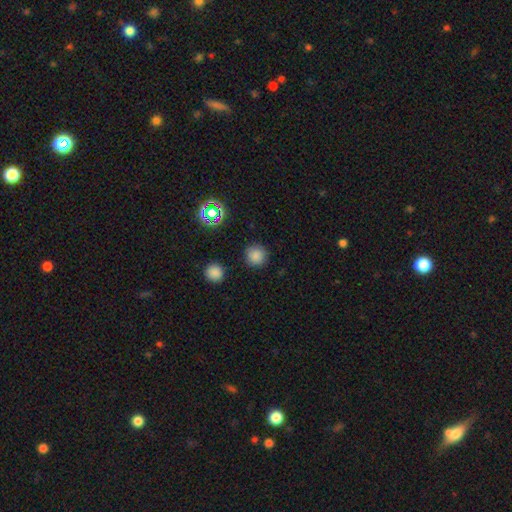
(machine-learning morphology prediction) This appears to be a smooth galaxy with no disk features (79%) that is round (94%). Merging: none (88%).